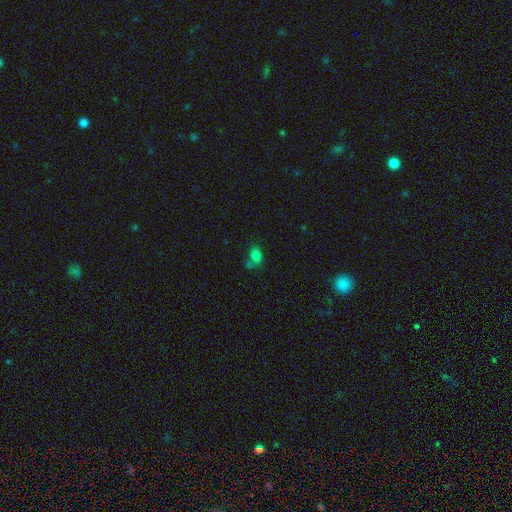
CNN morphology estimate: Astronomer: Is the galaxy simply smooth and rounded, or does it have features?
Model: smooth — 75%.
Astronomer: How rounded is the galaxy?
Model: in between — 71%.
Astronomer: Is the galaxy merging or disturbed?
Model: none — 40% (runner-up: merger, 23%).